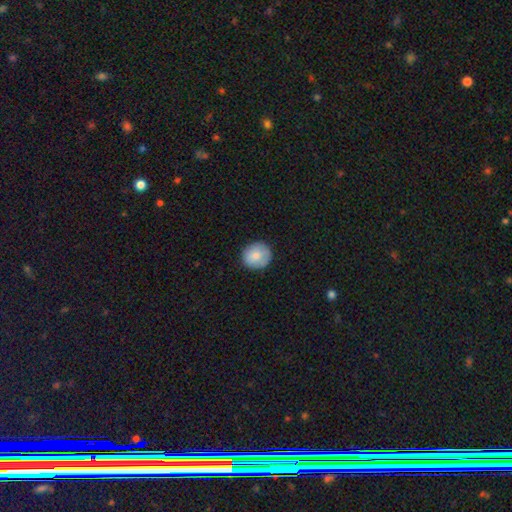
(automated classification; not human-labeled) Smooth or featured: smooth — 79% (featured or disk — 14%)
How rounded: round — 91% (in between — 9%)
Merging: none — 86% (minor disturbance — 11%)